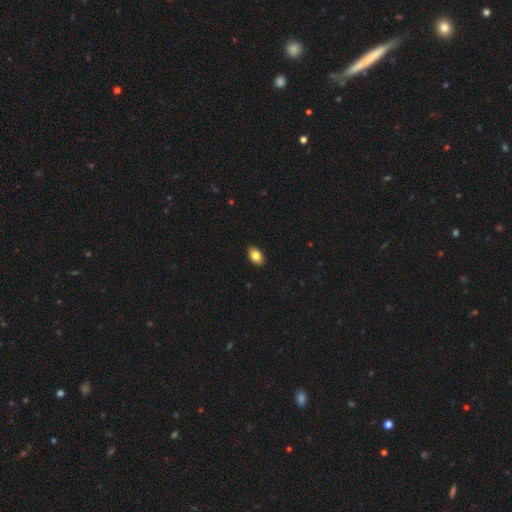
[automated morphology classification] A smooth galaxy with no disk features (84%) that is in between round and cigar-shaped (89%).

Vote fractions:
- Smooth or featured? smooth: 84% / featured or disk: 9% / star or artifact: 8%
- How rounded? in between: 89% / round: 10% / cigar-shaped: 1%
- Merging? none: 90% / minor disturbance: 7% / major disturbance: 2% / merger: 1%